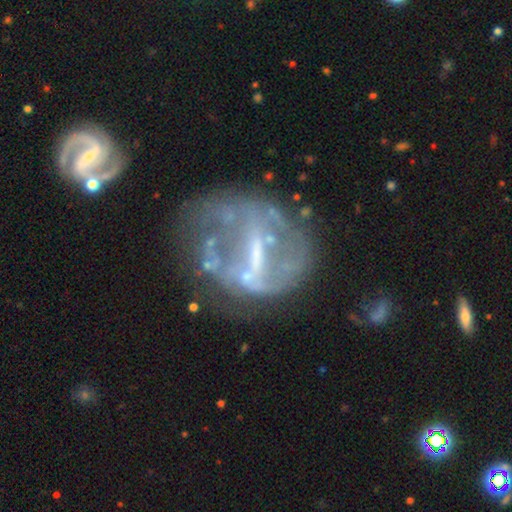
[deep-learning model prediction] Smooth or featured: featured or disk — 75% (smooth — 14%)
Edge-on disk: no — 97% (yes — 3%)
Bar: strong — 44% (weak — 34%)
Spiral arms: no — 57% (yes — 43%)
Bulge size: none — 44% (small — 30%)
Merging: none — 42% (major disturbance — 31%)